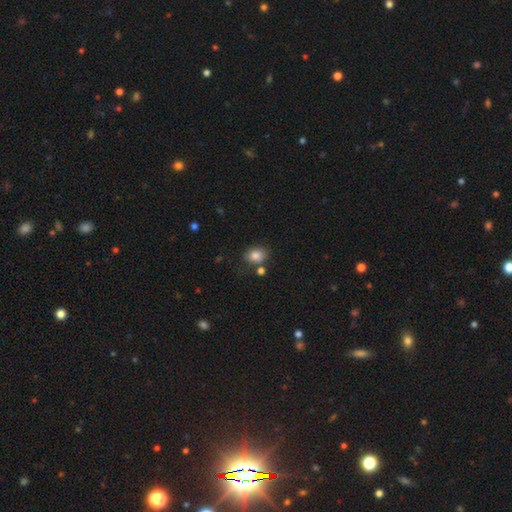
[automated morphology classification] Smooth or featured?
  - smooth: 82% *
  - star or artifact: 10%
  - featured or disk: 9%
How rounded?
  - in between: 68% *
  - round: 31%
  - cigar-shaped: 1%
Merging?
  - none: 65% *
  - minor disturbance: 18%
  - merger: 12%
  - major disturbance: 6%